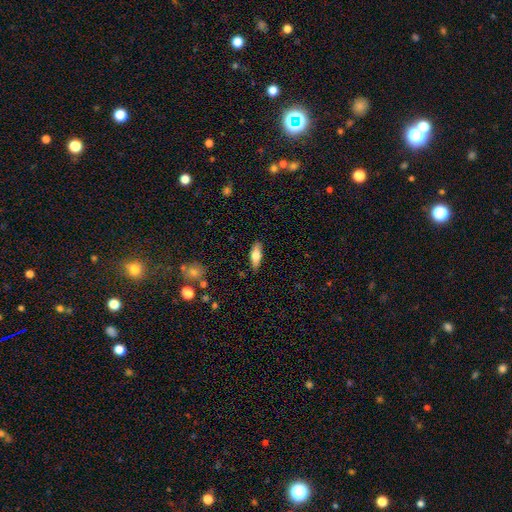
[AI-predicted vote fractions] Overall: smooth (71%). How rounded: in between (64%; cigar-shaped 34%). Merging: none (85%).